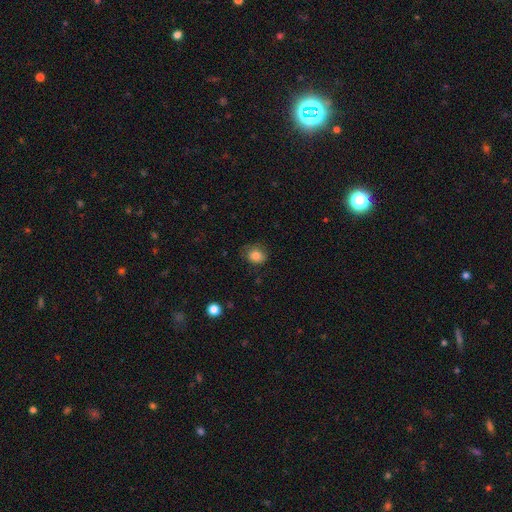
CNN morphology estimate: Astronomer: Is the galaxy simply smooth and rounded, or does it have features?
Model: smooth — 83%.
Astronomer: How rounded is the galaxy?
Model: round — 59% (runner-up: in between, 40%).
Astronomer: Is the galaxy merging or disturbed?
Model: none — 71%.